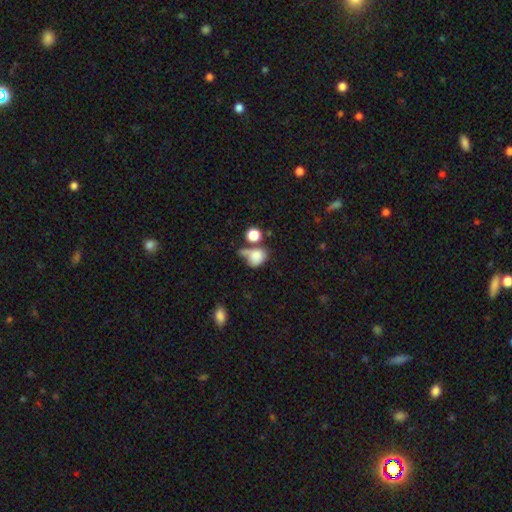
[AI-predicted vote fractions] smooth_or_featured: smooth (p=0.80) [alt: featured or disk p=0.10]
how_rounded: in between (p=0.53) [alt: round p=0.45]
merging: merger (p=0.37) [alt: none p=0.32]